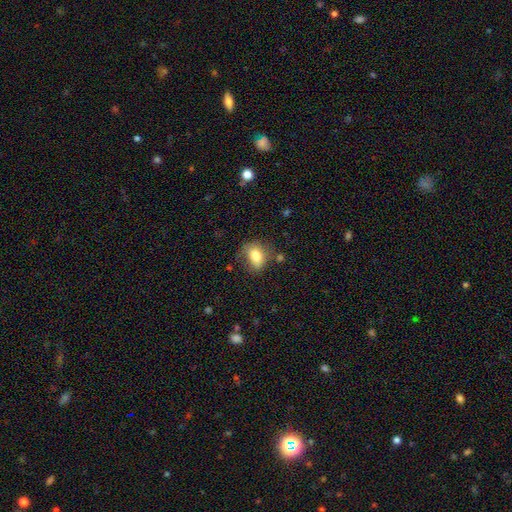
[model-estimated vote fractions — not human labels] Smooth or featured? Predicted: smooth (p=0.77). How rounded? Predicted: in between (p=0.64). Merging? Predicted: none (p=0.57).